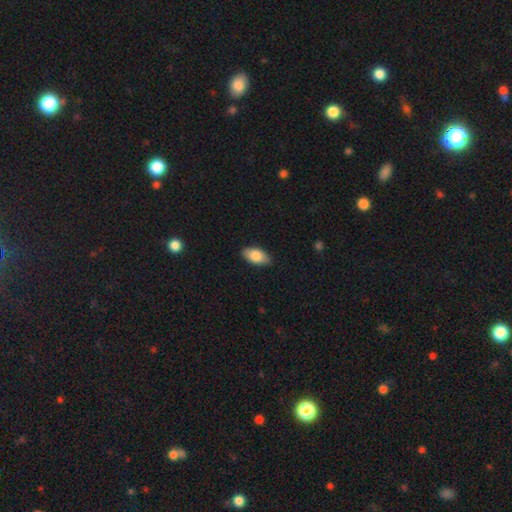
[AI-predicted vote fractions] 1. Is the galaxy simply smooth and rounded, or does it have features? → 82% smooth, 11% featured or disk, 6% star or artifact.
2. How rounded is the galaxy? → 93% in between, 3% round, 3% cigar-shaped.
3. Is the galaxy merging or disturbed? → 86% none, 11% minor disturbance, 2% major disturbance, 1% merger.